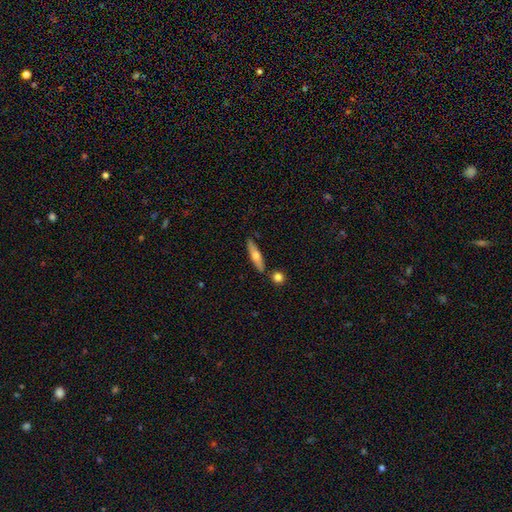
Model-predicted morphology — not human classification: Smooth or featured: smooth — 56% (featured or disk — 38%)
How rounded: cigar-shaped — 75% (in between — 23%)
Merging: none — 80% (minor disturbance — 11%)